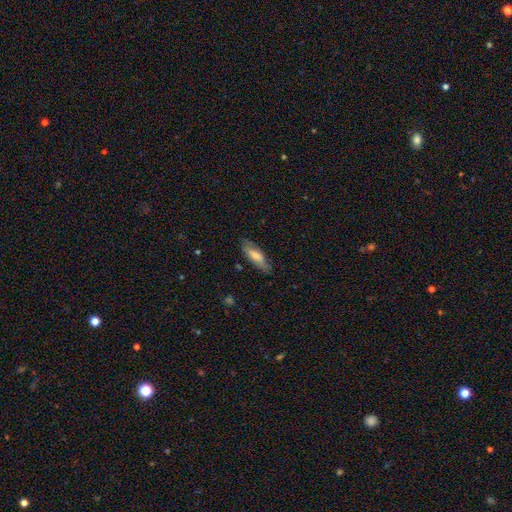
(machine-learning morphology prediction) A smooth galaxy with no disk features (59%) that is in between round and cigar-shaped (59%).

Vote fractions:
- Smooth or featured? smooth: 59% / featured or disk: 34% / star or artifact: 6%
- How rounded? in between: 59% / cigar-shaped: 39% / round: 2%
- Merging? none: 77% / minor disturbance: 17% / major disturbance: 5% / merger: 1%